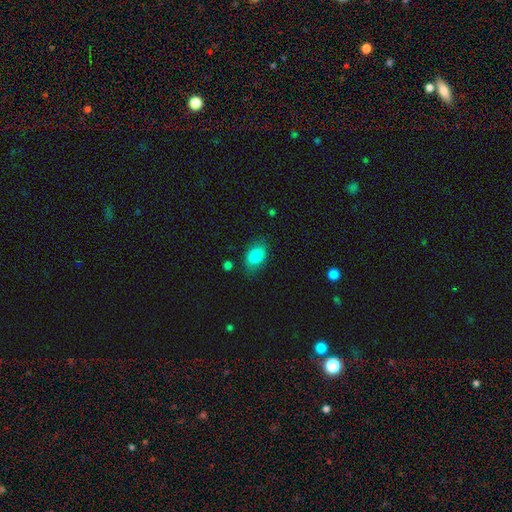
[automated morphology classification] type=smooth (84%); roundness=in between (87%); merging=none (79%).